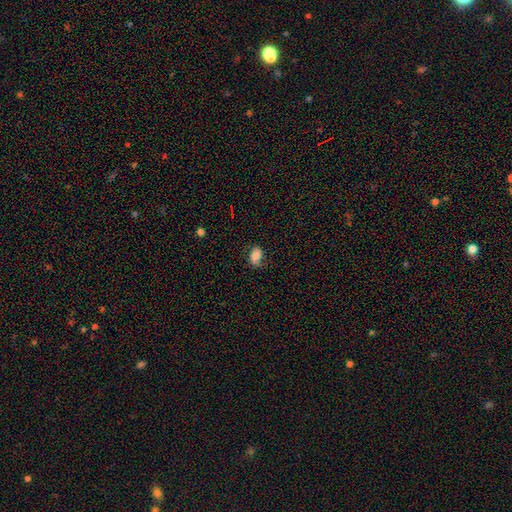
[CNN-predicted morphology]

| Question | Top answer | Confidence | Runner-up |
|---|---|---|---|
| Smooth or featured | smooth | 72% | featured or disk (19%) |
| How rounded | in between | 82% | round (17%) |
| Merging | none | 65% | minor disturbance (25%) |